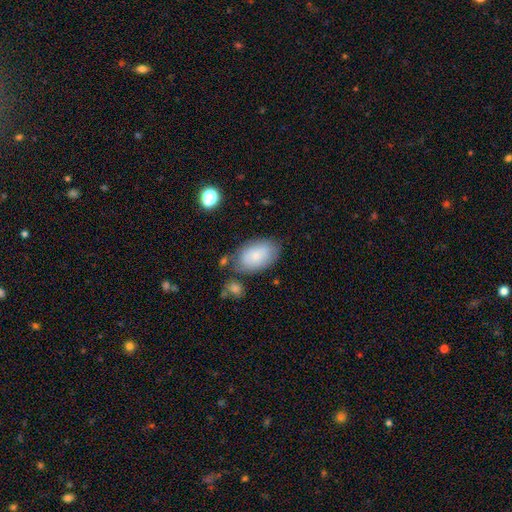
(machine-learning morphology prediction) Smooth or featured?
  - smooth: 80% *
  - featured or disk: 14%
  - star or artifact: 7%
How rounded?
  - in between: 92% *
  - round: 6%
  - cigar-shaped: 1%
Merging?
  - none: 70% *
  - minor disturbance: 19%
  - merger: 6%
  - major disturbance: 5%